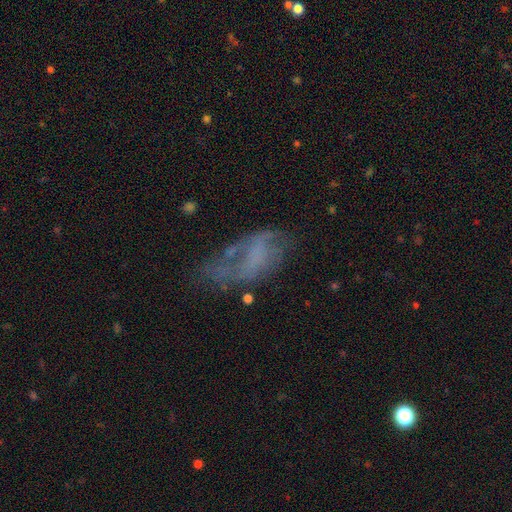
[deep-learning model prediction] Smooth or featured?
  - featured or disk: 54% *
  - smooth: 32%
  - star or artifact: 14%
Edge-on disk?
  - no: 95% *
  - yes: 5%
Bar?
  - no: 71% *
  - weak: 21%
  - strong: 7%
Spiral arms?
  - no: 59% *
  - yes: 41%
Bulge size?
  - none: 75% *
  - small: 13%
  - moderate: 7%
  - large: 4%
  - dominant: 1%
Merging?
  - major disturbance: 38% *
  - none: 33%
  - minor disturbance: 24%
  - merger: 6%